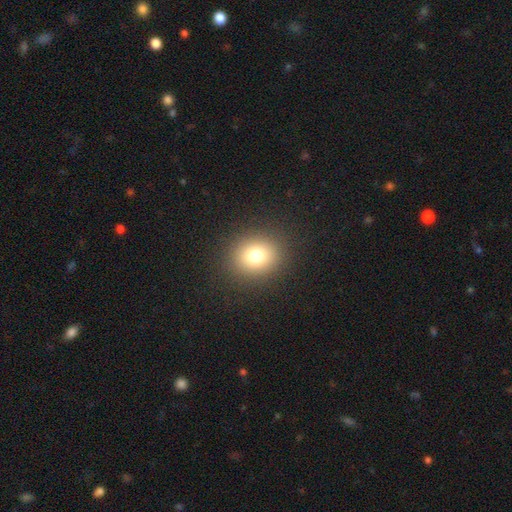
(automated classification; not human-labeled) smooth_or_featured: smooth (p=0.78) [alt: star or artifact p=0.14]
how_rounded: round (p=0.72) [alt: in between p=0.27]
merging: none (p=0.90) [alt: minor disturbance p=0.06]